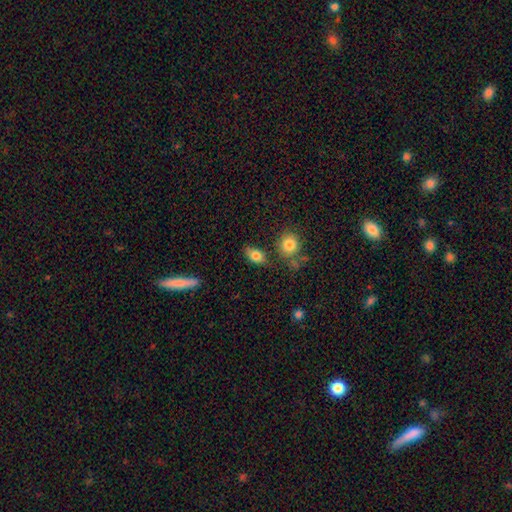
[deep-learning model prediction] A smooth galaxy with no disk features (81%) that is in between round and cigar-shaped (84%).

Vote fractions:
- Smooth or featured? smooth: 81% / featured or disk: 10% / star or artifact: 9%
- How rounded? in between: 84% / round: 12% / cigar-shaped: 3%
- Merging? none: 74% / minor disturbance: 14% / merger: 8% / major disturbance: 4%